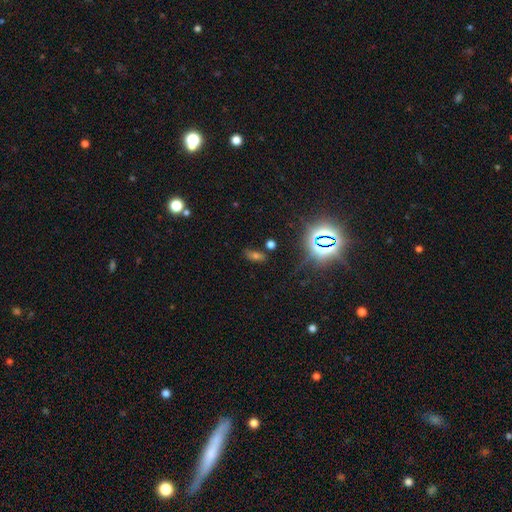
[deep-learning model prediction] The model was most divided on "smooth or featured": star or artifact: 48%, smooth: 40%, featured or disk: 13%.